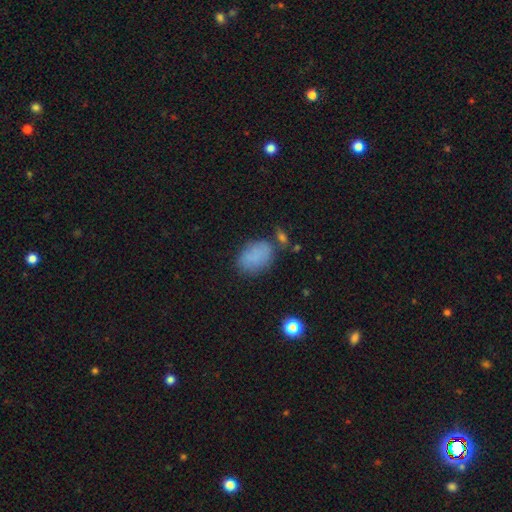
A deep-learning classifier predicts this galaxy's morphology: smooth_or_featured: smooth (p=0.80) [alt: star or artifact p=0.10]
how_rounded: in between (p=0.81) [alt: round p=0.18]
merging: none (p=0.62) [alt: minor disturbance p=0.22]